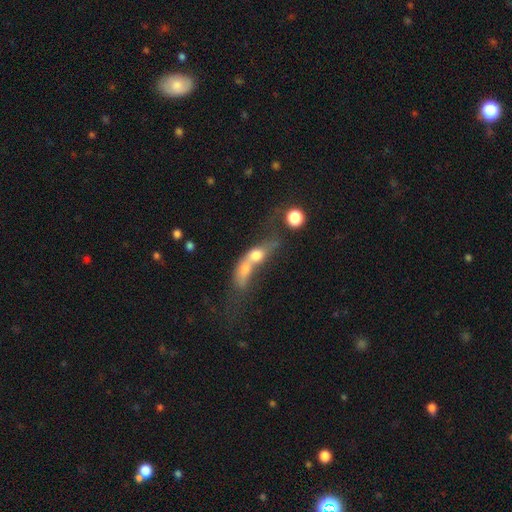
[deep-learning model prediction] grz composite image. It shows a smooth galaxy with no disk features (56%) that is in between round and cigar-shaped (51%). Merging: merger (76%).